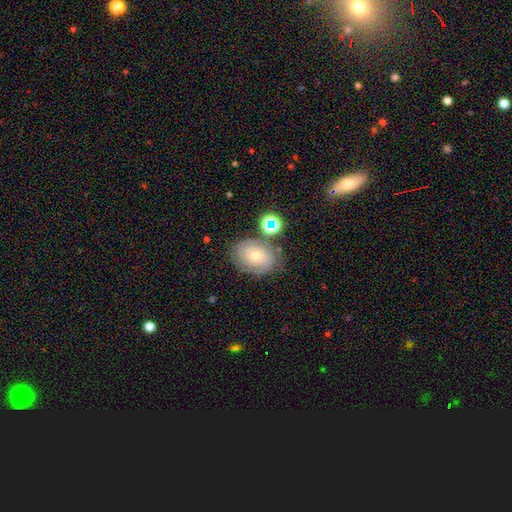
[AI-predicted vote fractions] smooth_or_featured: featured or disk (p=0.56) [alt: smooth p=0.30]
disk_edge_on: no (p=0.95) [alt: yes p=0.05]
bar: no (p=0.83) [alt: weak p=0.14]
has_spiral_arms: yes (p=0.77) [alt: no p=0.23]
bulge_size: small (p=0.53) [alt: moderate p=0.43]
merging: none (p=0.72) [alt: minor disturbance p=0.16]